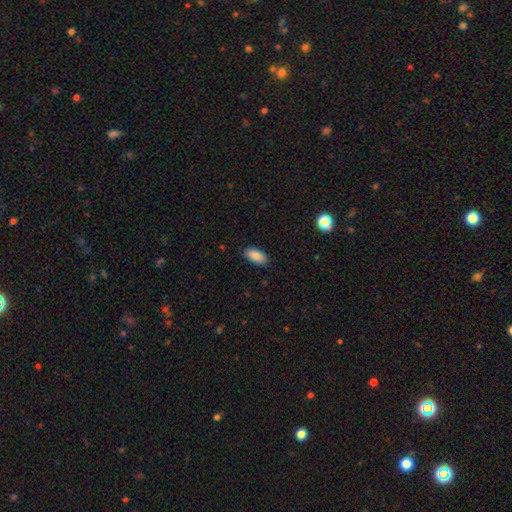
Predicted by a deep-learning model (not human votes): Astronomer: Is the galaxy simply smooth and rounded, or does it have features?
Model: smooth — 88%.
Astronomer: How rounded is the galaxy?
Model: in between — 92%.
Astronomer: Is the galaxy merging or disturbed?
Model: none — 88%.